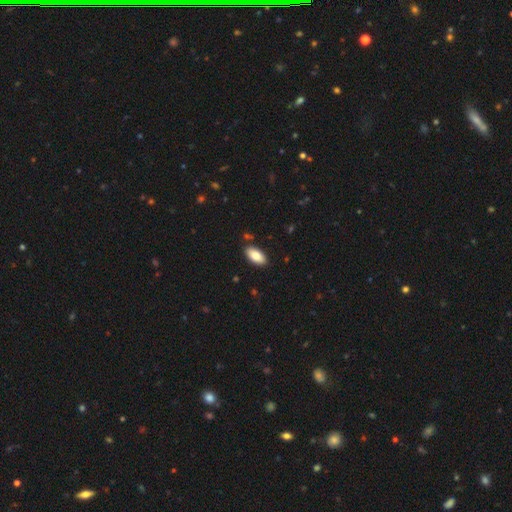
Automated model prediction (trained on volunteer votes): This is clearly a smooth galaxy (81%). How rounded: clearly in between (93%). Merging: clearly none (88%).